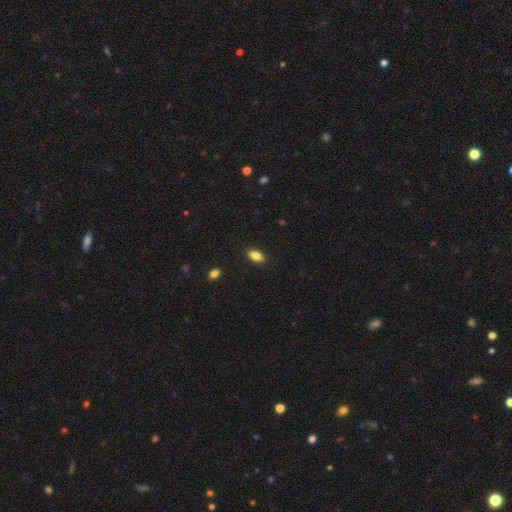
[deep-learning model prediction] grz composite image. It shows a smooth galaxy with no disk features (85%) that is in between round and cigar-shaped (90%). Merging: none (88%).